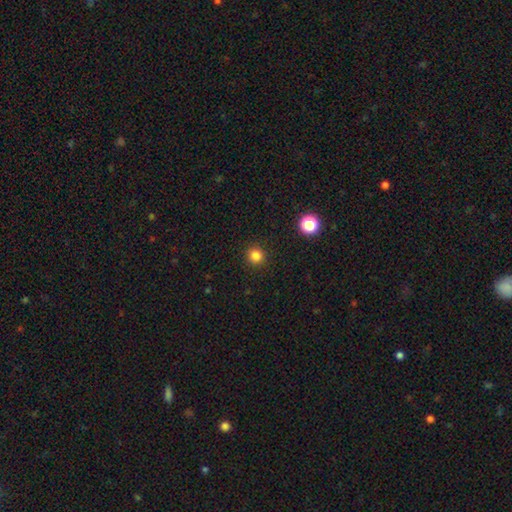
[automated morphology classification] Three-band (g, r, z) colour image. It shows a smooth galaxy with no disk features (83%) that is round (93%). Merging: none (91%).